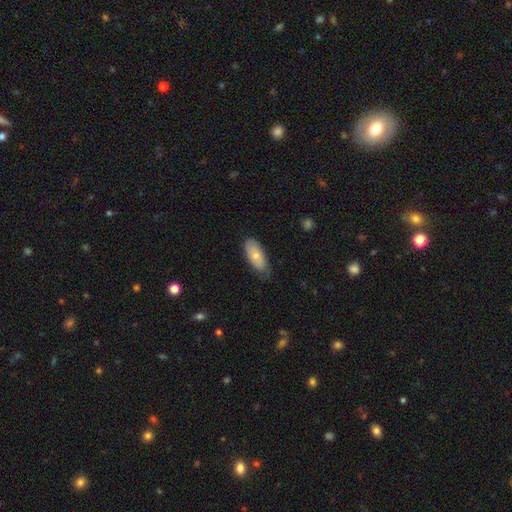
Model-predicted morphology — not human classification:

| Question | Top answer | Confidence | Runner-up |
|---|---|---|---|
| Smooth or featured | smooth | 70% | featured or disk (25%) |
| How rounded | in between | 88% | cigar-shaped (9%) |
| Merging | none | 67% | minor disturbance (27%) |